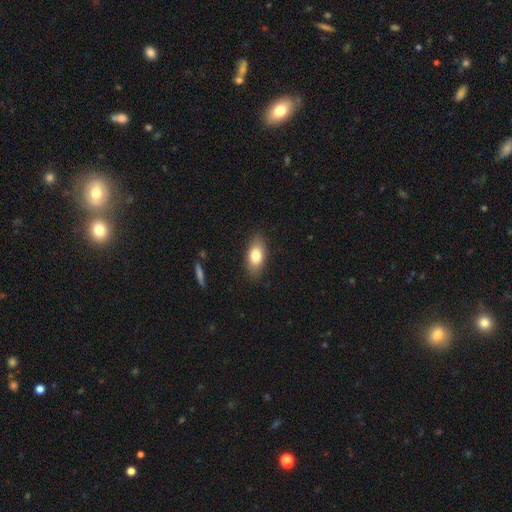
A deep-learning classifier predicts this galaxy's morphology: smooth_or_featured: smooth (p=0.78) [alt: featured or disk p=0.15]
how_rounded: in between (p=0.87) [alt: cigar-shaped p=0.08]
merging: none (p=0.85) [alt: minor disturbance p=0.11]